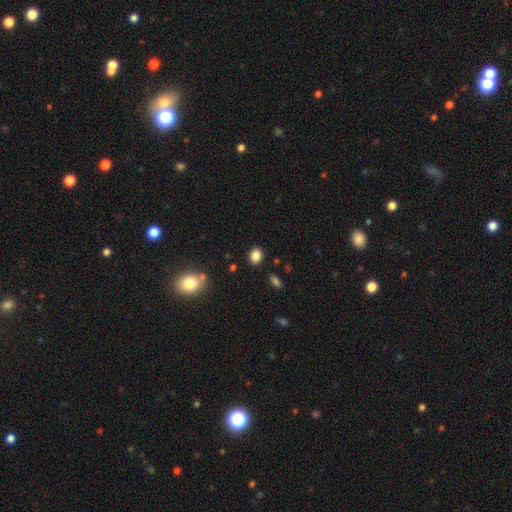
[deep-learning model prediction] Smooth or featured: smooth — 85% (star or artifact — 10%)
How rounded: in between — 54% (round — 45%)
Merging: none — 86% (minor disturbance — 9%)